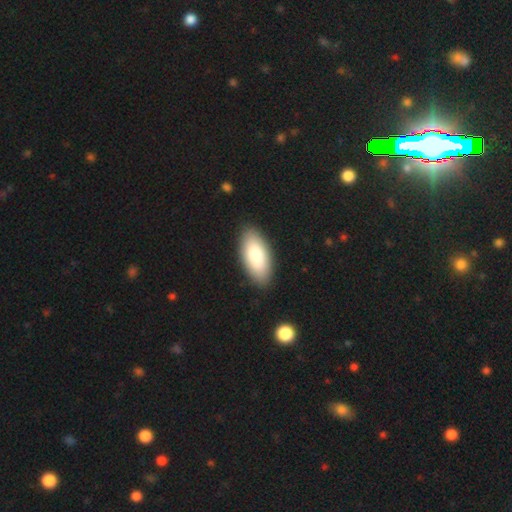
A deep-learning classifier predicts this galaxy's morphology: smooth-or-featured: smooth: 86% | featured or disk: 7% | star or artifact: 6%
  how-rounded: in between: 91% | cigar-shaped: 7% | round: 2%
  merging: none: 88% | minor disturbance: 9% | major disturbance: 2% | merger: 1%